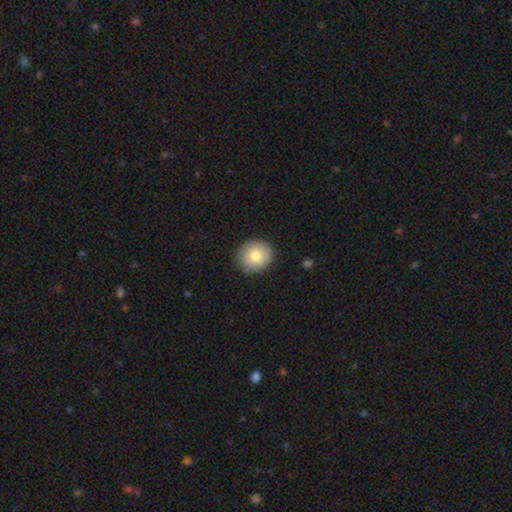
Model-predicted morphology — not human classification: A smooth galaxy with no disk features (78%) that is round (86%).

Vote fractions:
- Smooth or featured? smooth: 78% / featured or disk: 14% / star or artifact: 8%
- How rounded? round: 86% / in between: 13% / cigar-shaped: 1%
- Merging? none: 85% / minor disturbance: 11% / major disturbance: 2% / merger: 1%